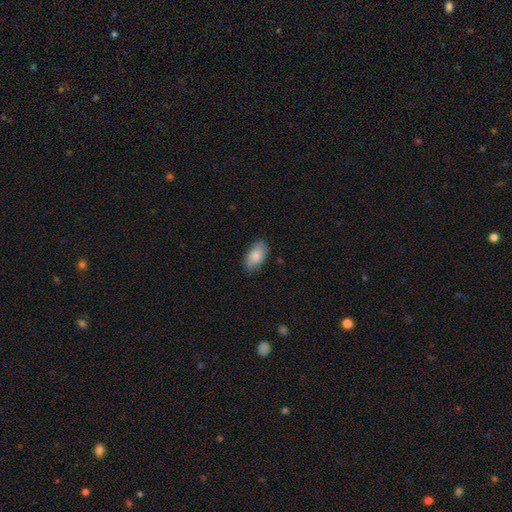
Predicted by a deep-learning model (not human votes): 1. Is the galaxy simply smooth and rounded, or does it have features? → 85% smooth, 9% featured or disk, 6% star or artifact.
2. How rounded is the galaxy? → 94% in between, 3% round, 3% cigar-shaped.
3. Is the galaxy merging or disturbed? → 82% none, 14% minor disturbance, 3% major disturbance, 1% merger.